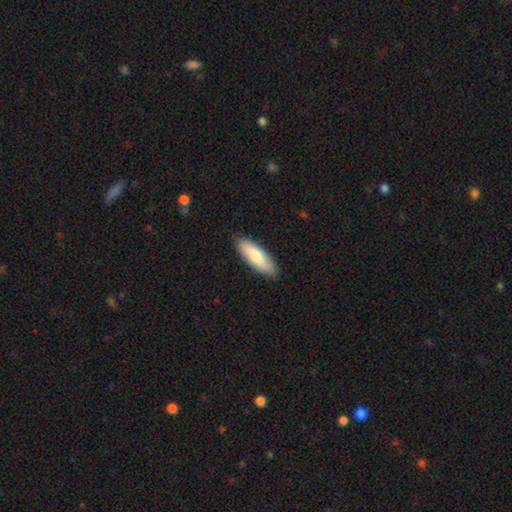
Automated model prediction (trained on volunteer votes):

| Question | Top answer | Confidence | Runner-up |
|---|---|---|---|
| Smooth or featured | smooth | 75% | featured or disk (20%) |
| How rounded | in between | 61% | cigar-shaped (37%) |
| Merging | none | 86% | minor disturbance (11%) |